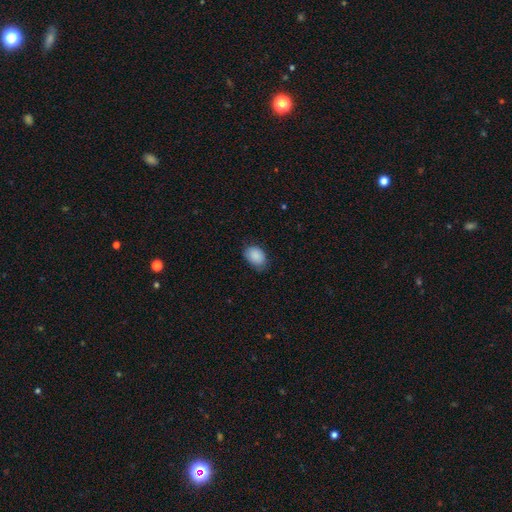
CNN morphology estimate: Smooth or featured: smooth — 88% (star or artifact — 7%)
How rounded: in between — 83% (round — 16%)
Merging: none — 72% (minor disturbance — 23%)